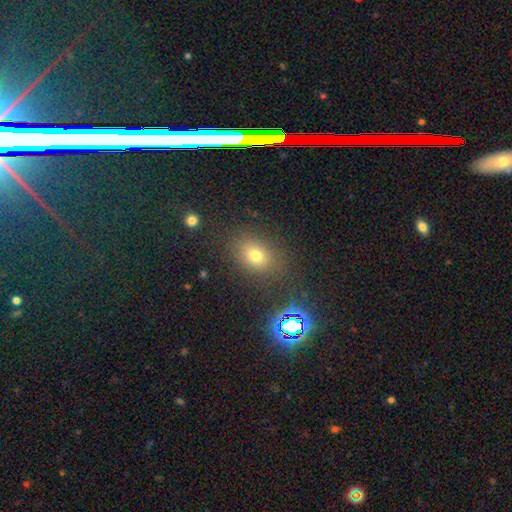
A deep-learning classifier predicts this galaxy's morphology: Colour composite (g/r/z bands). It shows a smooth galaxy with no disk features (70%) that is in between round and cigar-shaped (59%). Merging: none (79%).